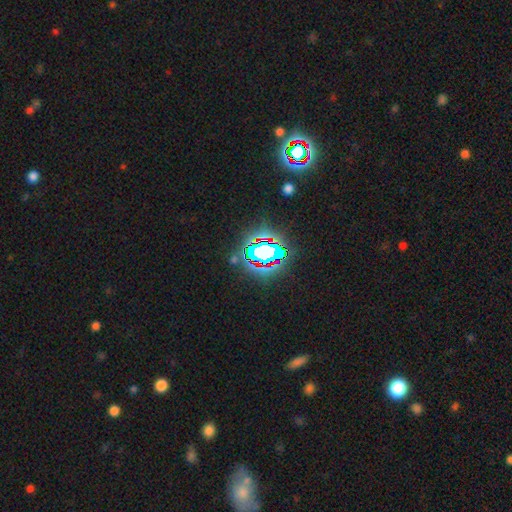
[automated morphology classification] star or artifact 73%, smooth 15%, featured or disk 11%.